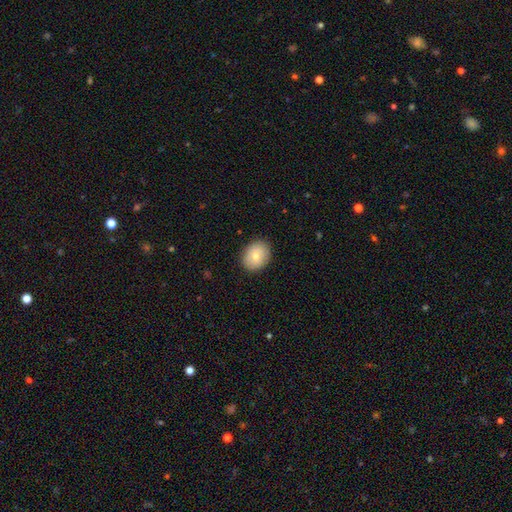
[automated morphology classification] Overall: smooth (77%). How rounded: round (50%; in between 49%). Merging: none (88%).